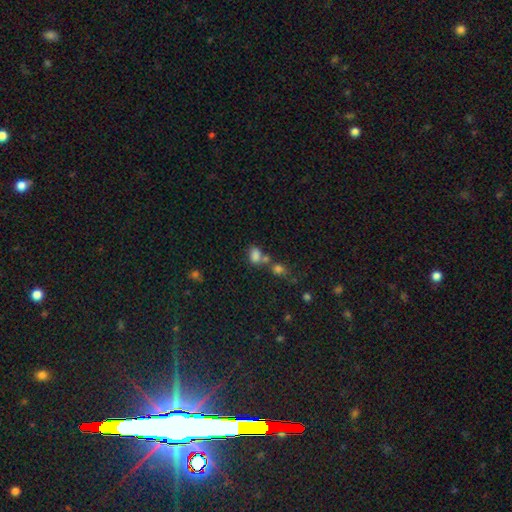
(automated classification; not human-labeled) smooth 78%, star or artifact 14%, featured or disk 8%. Down the decision tree: how rounded — in between (75%); merging — merger (43%).